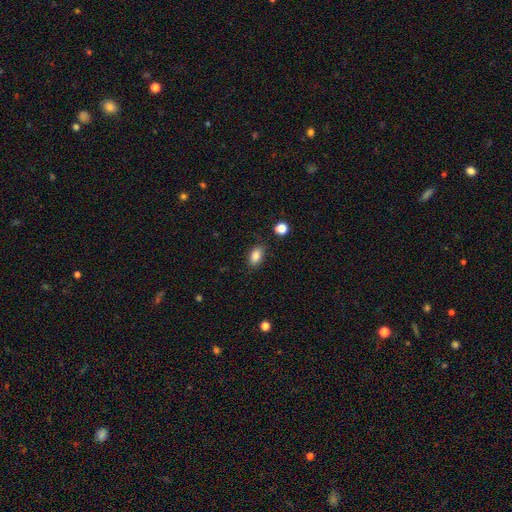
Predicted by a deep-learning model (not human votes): Overall: smooth (85%). How rounded: in between (88%). Merging: none (83%).